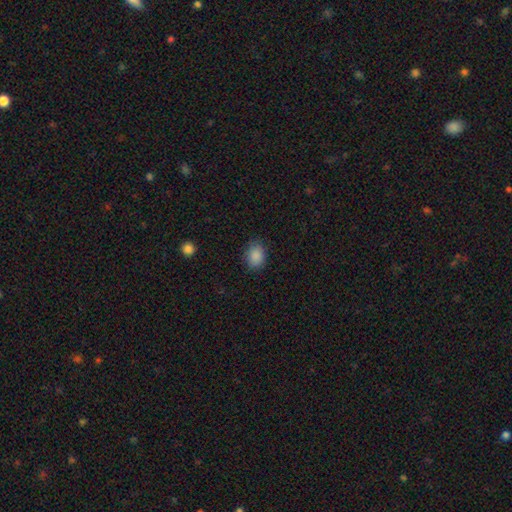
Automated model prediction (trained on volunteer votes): Smooth or featured: smooth — 88% (star or artifact — 9%)
How rounded: in between — 64% (round — 35%)
Merging: none — 82% (minor disturbance — 13%)